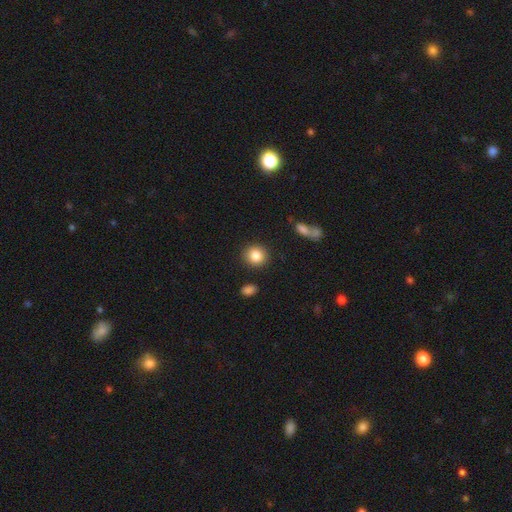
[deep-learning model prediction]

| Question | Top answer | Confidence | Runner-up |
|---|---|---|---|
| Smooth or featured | smooth | 86% | star or artifact (9%) |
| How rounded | round | 85% | in between (14%) |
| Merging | none | 88% | minor disturbance (7%) |